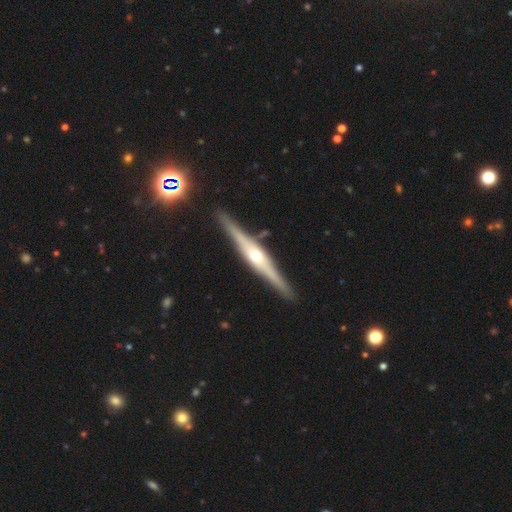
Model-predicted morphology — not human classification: smooth-or-featured: featured or disk: 82% | smooth: 13% | star or artifact: 5%
  disk-edge-on: yes: 98% | no: 2%
    edge-on-bulge: rounded: 84% | boxy: 12% | none: 4%
  merging: none: 88% | minor disturbance: 8% | merger: 2% | major disturbance: 2%